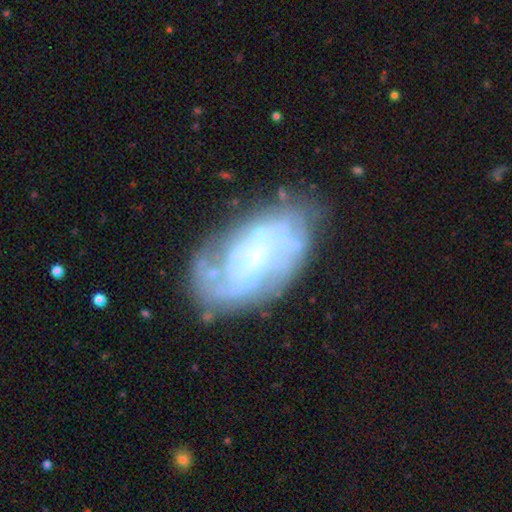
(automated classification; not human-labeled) The model was most divided on "bulge size": small: 43%, none: 38%, moderate: 14%, large: 3%, dominant: 1%. More confident: edge-on disk — no (96%); smooth or featured — featured or disk (72%); spiral arms — yes (66%); merging — none (62%); bar — no (62%).